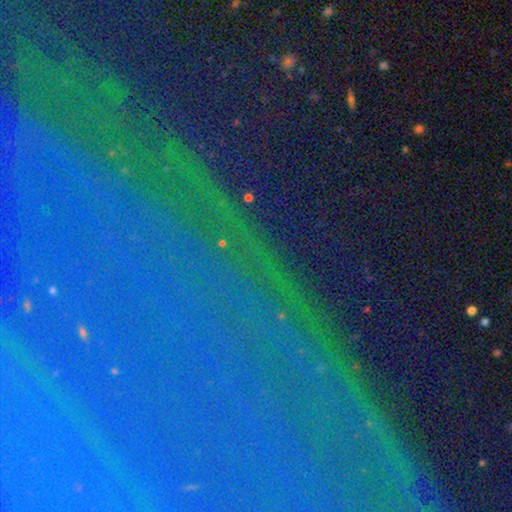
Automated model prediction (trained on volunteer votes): This is clearly a star or artifact rather than a galaxy (84%).